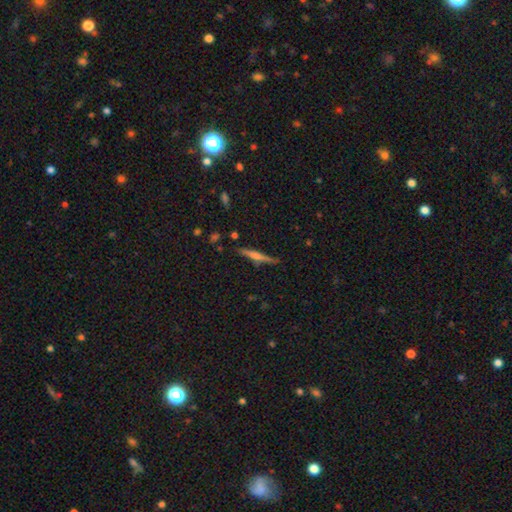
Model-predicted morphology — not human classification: type=featured or disk (71%); edge-on=yes (98%); edge-on bulge=rounded (73%); merging=none (88%).